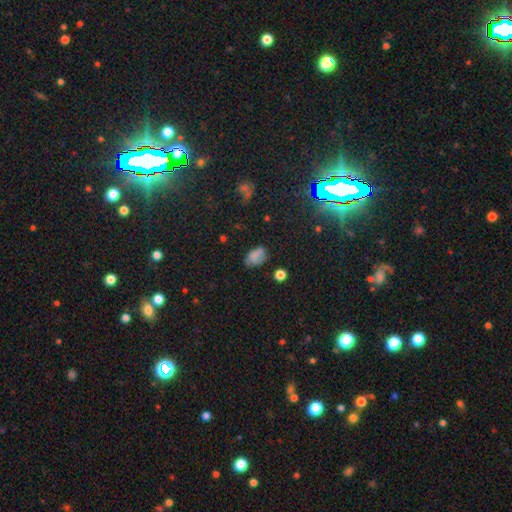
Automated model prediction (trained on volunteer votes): The model was most divided on "merging": none: 53%, minor disturbance: 30%, major disturbance: 13%, merger: 4%. More confident: how rounded — in between (84%); smooth or featured — smooth (69%).